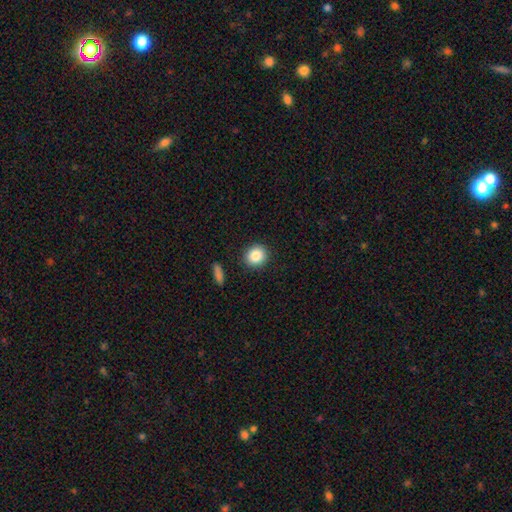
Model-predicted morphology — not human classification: This appears to be a smooth galaxy with no disk features (86%) that is round (83%). Merging: none (90%).